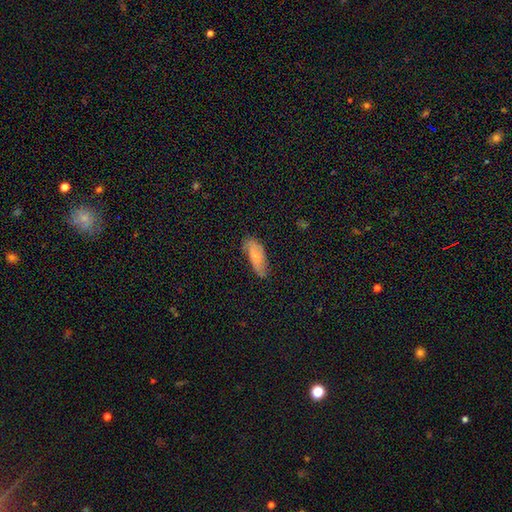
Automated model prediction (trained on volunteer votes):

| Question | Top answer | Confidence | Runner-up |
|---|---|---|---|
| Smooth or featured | smooth | 64% | featured or disk (28%) |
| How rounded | in between | 74% | cigar-shaped (23%) |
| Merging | none | 60% | minor disturbance (30%) |